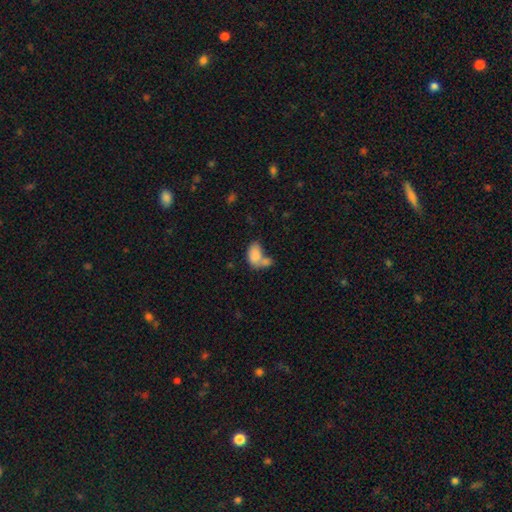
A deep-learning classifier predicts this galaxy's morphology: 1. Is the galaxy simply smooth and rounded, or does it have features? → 82% smooth, 10% featured or disk, 8% star or artifact.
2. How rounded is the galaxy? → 91% in between, 7% round, 2% cigar-shaped.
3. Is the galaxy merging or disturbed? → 57% merger, 25% none, 11% minor disturbance, 7% major disturbance.